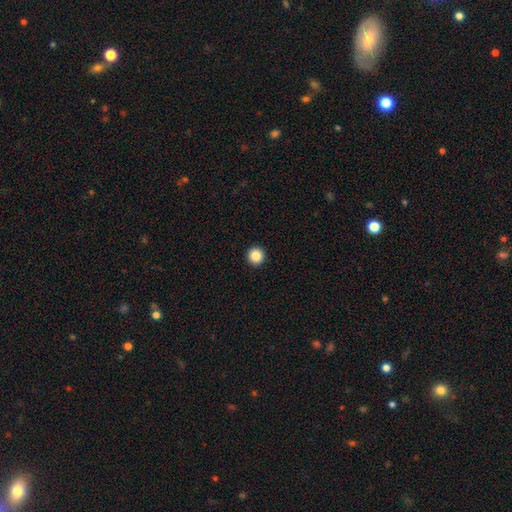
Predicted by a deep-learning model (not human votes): A smooth galaxy with no disk features (87%) that is round (96%). Merging: none (94%).